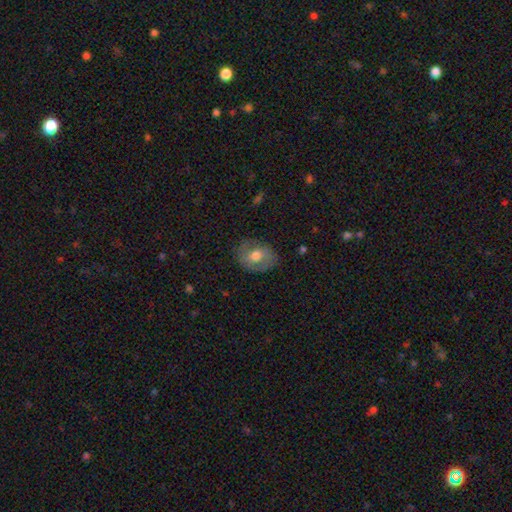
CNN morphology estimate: Overall: smooth (51%; featured or disk 41%). How rounded: in between (61%; round 38%). Merging: none (77%).